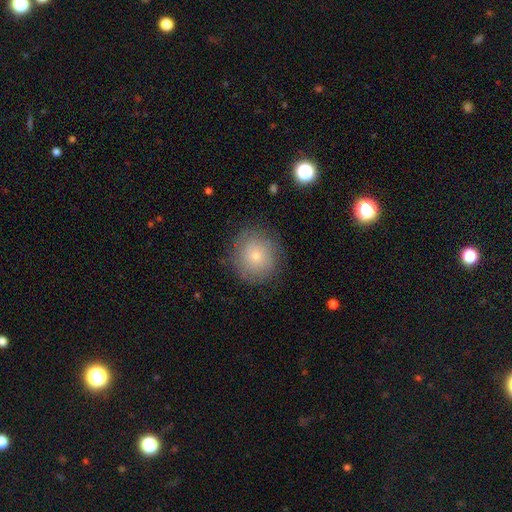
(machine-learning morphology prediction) A smooth galaxy with no disk features (73%) that is round (90%). Merging: none (83%).